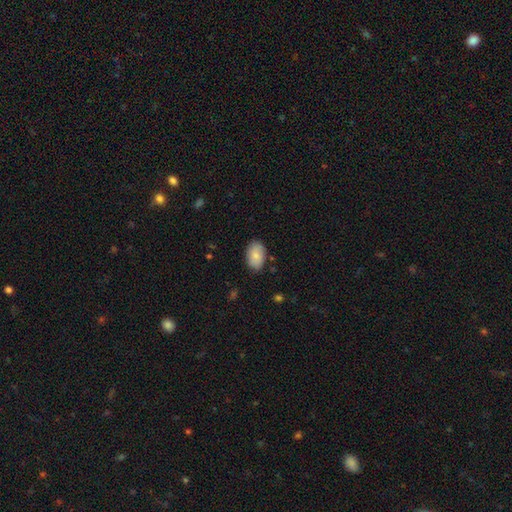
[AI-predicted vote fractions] A smooth galaxy with no disk features (85%) that is in between round and cigar-shaped (91%). Merging: none (83%).